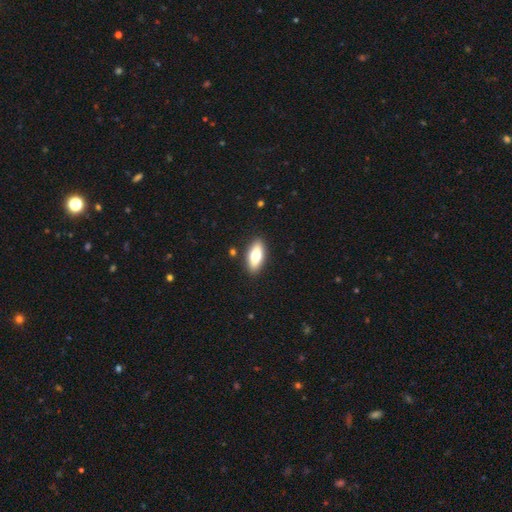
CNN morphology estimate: smooth_or_featured: smooth (p=0.72) [alt: featured or disk p=0.22]
how_rounded: in between (p=0.80) [alt: cigar-shaped p=0.17]
merging: none (p=0.89) [alt: minor disturbance p=0.08]